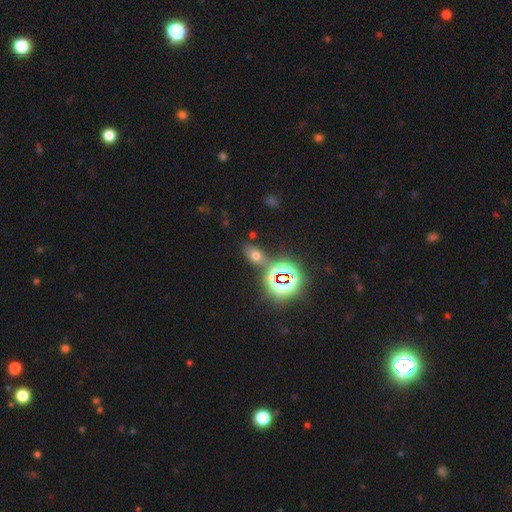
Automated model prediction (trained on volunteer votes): A smooth galaxy with no disk features (56%) that is in between round and cigar-shaped (82%).

Vote fractions:
- Smooth or featured? smooth: 56% / star or artifact: 34% / featured or disk: 11%
- How rounded? in between: 82% / round: 15% / cigar-shaped: 3%
- Merging? none: 71% / minor disturbance: 12% / merger: 12% / major disturbance: 5%